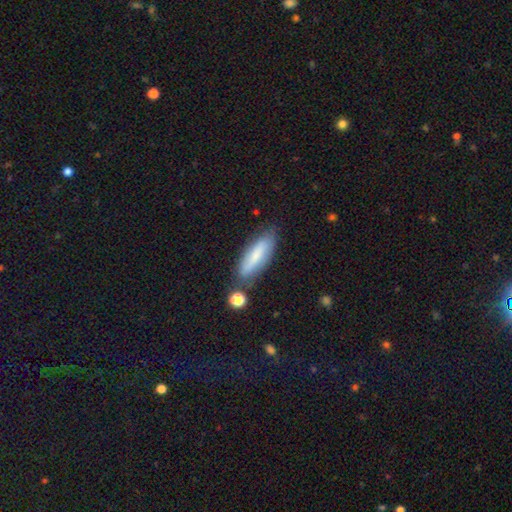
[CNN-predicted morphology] The model was most divided on "how rounded": cigar-shaped: 53%, in between: 45%, round: 2%. More confident: merging — none (75%); smooth or featured — smooth (70%).